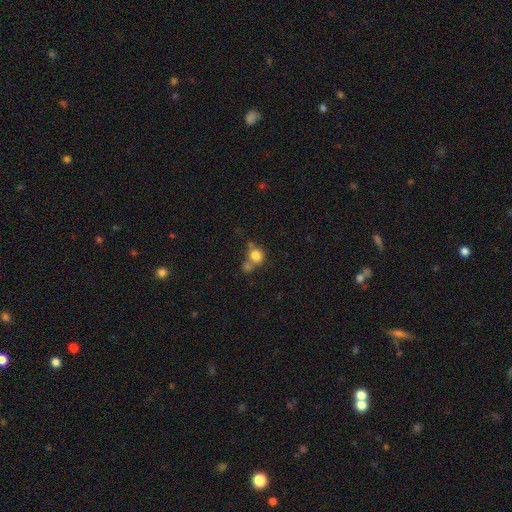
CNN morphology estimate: Smooth or featured? Predicted: smooth (p=0.79). How rounded? Predicted: round (p=0.81). Merging? Predicted: none (p=0.43).